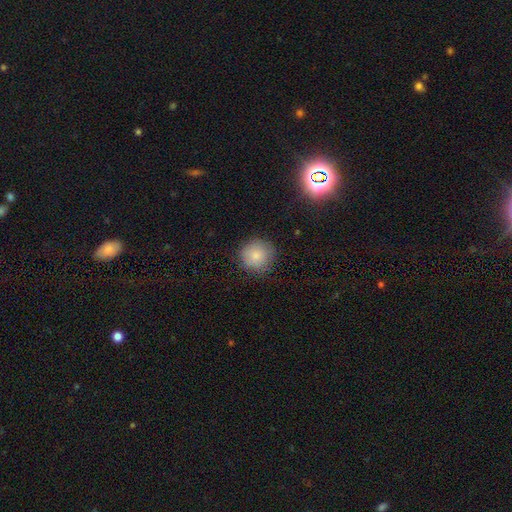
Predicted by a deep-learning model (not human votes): Overall: smooth (84%). How rounded: round (93%). Merging: none (83%).